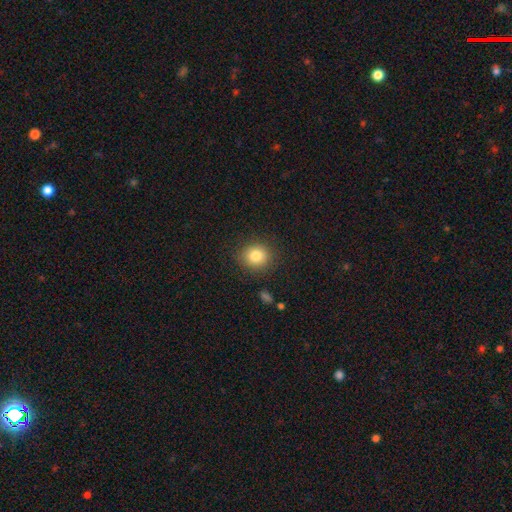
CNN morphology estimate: A smooth galaxy with no disk features (82%) that is round (84%). Merging: none (88%).